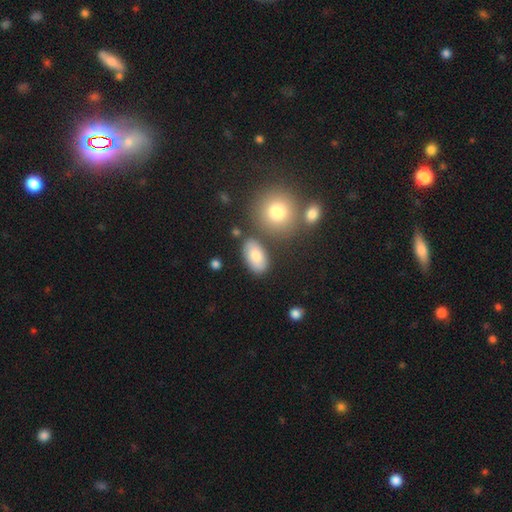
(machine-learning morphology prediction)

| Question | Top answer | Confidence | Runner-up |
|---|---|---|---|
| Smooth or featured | smooth | 79% | featured or disk (12%) |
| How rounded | in between | 89% | round (8%) |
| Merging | none | 77% | minor disturbance (12%) |